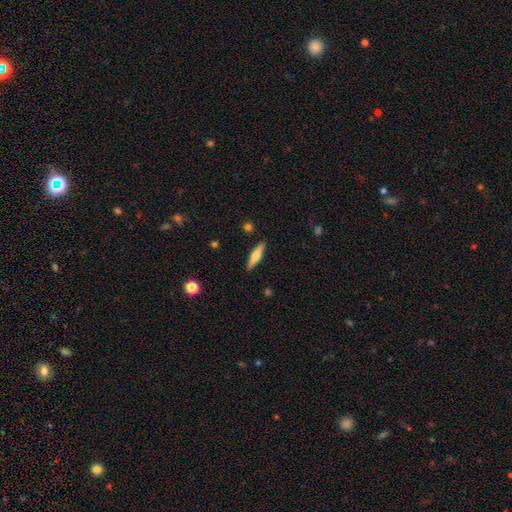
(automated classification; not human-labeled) smooth-or-featured: smooth: 52% | featured or disk: 42% | star or artifact: 6%
  how-rounded: cigar-shaped: 76% | in between: 21% | round: 2%
  merging: none: 90% | minor disturbance: 7% | major disturbance: 2% | merger: 1%